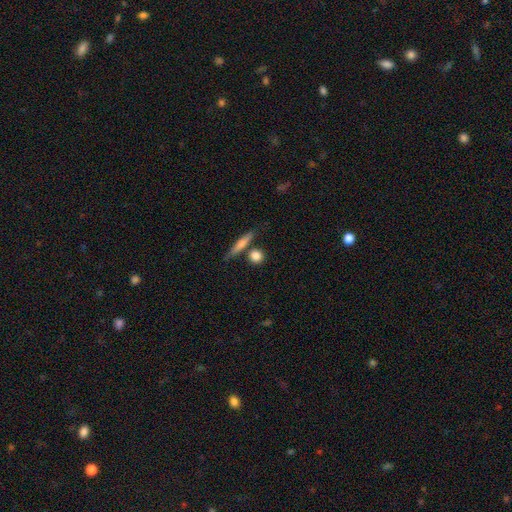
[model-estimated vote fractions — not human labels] Overall: smooth (81%). How rounded: round (69%). Merging: none (71%).